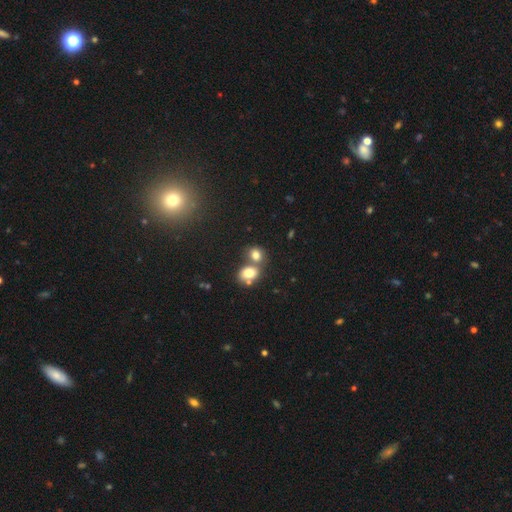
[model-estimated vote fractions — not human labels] A smooth galaxy with no disk features (76%) that is in between round and cigar-shaped (51%). Merging: merger (50%).